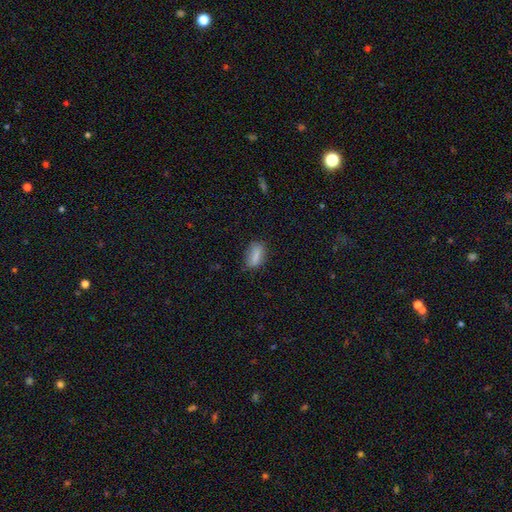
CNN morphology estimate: type=smooth (83%); roundness=in between (84%); merging=none (73%).